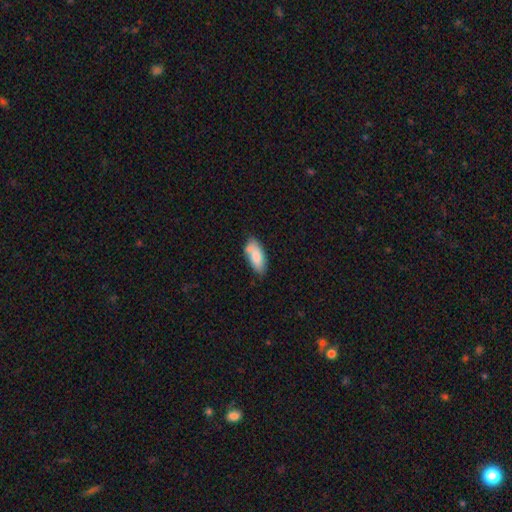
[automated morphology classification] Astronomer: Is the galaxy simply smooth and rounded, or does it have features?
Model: smooth — 78%.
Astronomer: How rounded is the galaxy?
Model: in between — 86%.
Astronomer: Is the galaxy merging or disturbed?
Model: none — 62%.